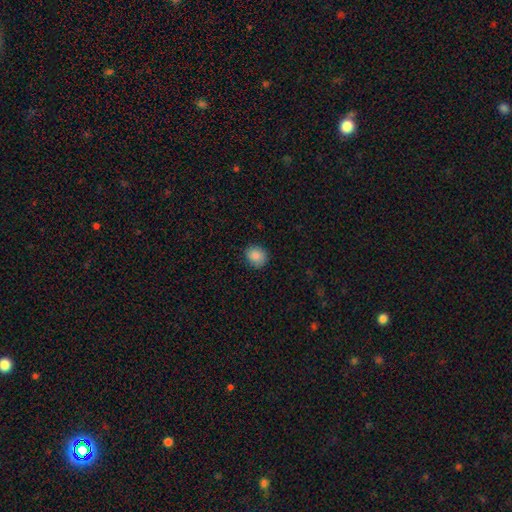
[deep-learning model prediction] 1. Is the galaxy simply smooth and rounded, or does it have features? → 87% smooth, 9% star or artifact, 4% featured or disk.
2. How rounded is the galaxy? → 75% round, 24% in between, 1% cigar-shaped.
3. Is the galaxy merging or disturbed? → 87% none, 10% minor disturbance, 2% major disturbance, 1% merger.